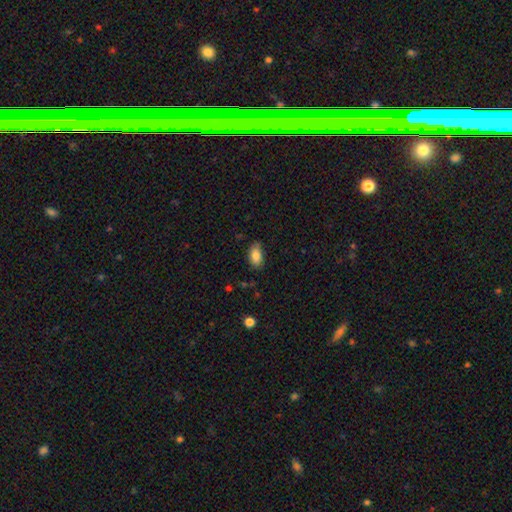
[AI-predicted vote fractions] Smooth or featured? Predicted: smooth (p=0.86). How rounded? Predicted: in between (p=0.91). Merging? Predicted: none (p=0.74).